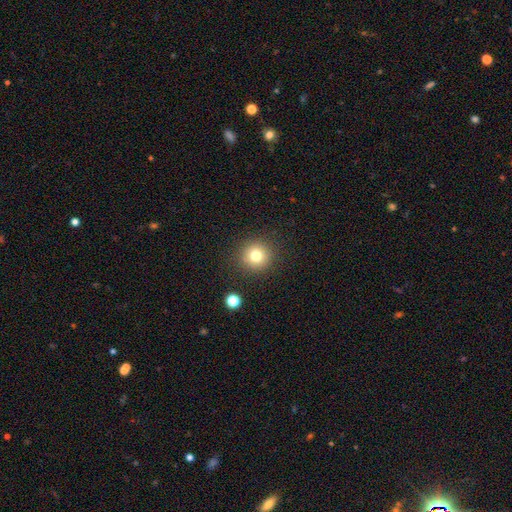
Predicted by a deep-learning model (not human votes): Q: Smooth or featured?
A: smooth (77%); runner-up: star or artifact (14%)
Q: How rounded?
A: round (94%); runner-up: in between (5%)
Q: Merging?
A: none (89%); runner-up: minor disturbance (6%)